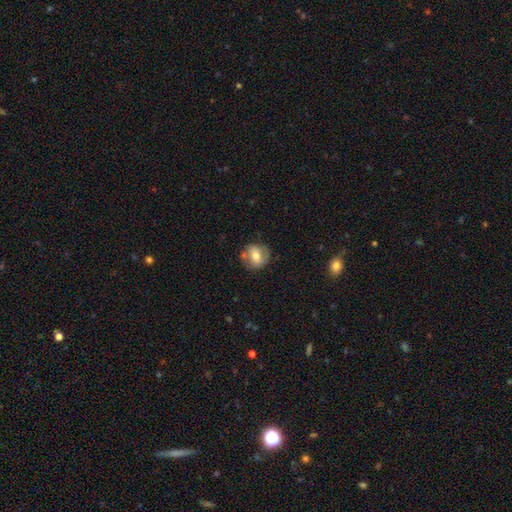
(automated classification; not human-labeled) smooth-or-featured: smooth: 53% | featured or disk: 39% | star or artifact: 8%
  how-rounded: round: 74% | in between: 24% | cigar-shaped: 1%
  merging: none: 69% | minor disturbance: 19% | major disturbance: 6% | merger: 5%